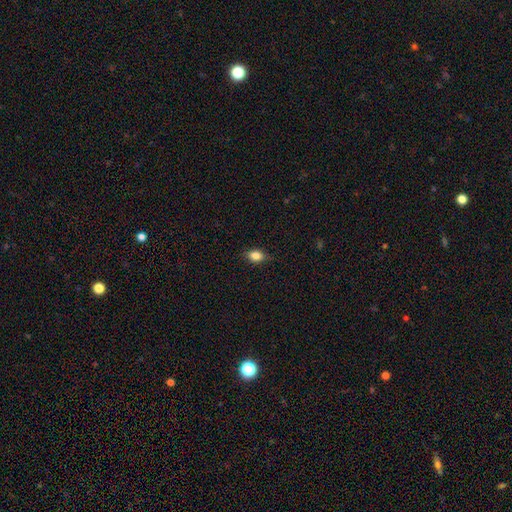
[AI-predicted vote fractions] The model was most divided on "how rounded": in between: 72%, round: 24%, cigar-shaped: 3%. More confident: smooth or featured — smooth (82%); merging — none (82%).